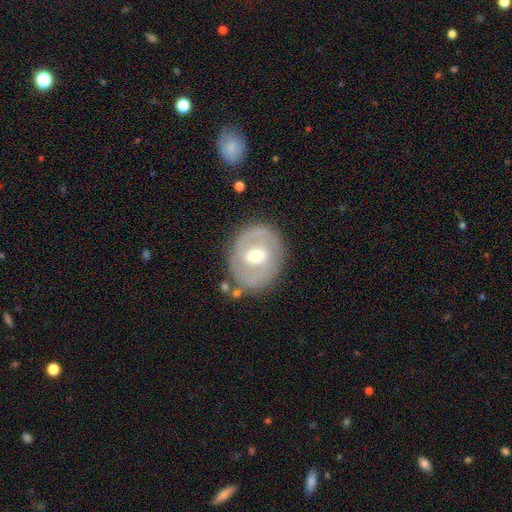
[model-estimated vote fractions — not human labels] This appears to be a featured or disk galaxy (69%) with a weak bar (47%), spiral arms (57%) and a moderate central bulge (67%). Merging: none (79%).